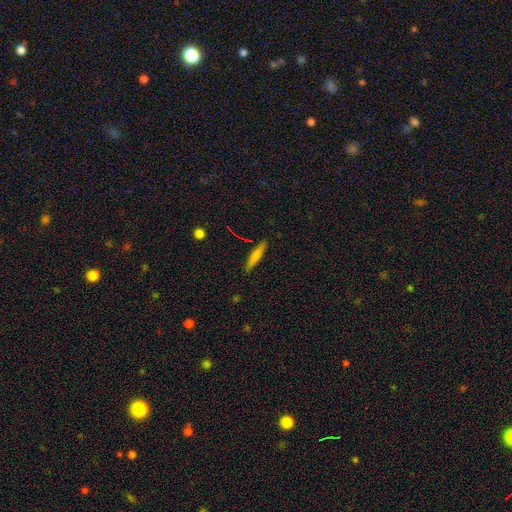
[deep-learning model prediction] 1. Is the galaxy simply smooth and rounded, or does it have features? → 71% smooth, 22% featured or disk, 7% star or artifact.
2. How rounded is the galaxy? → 90% cigar-shaped, 8% in between, 2% round.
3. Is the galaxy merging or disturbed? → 88% none, 9% minor disturbance, 2% major disturbance, 1% merger.